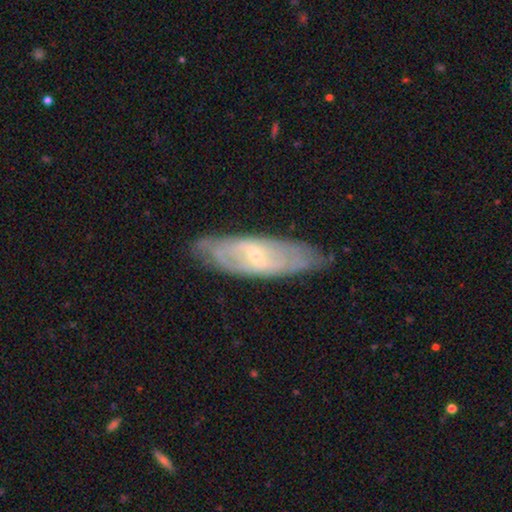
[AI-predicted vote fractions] The model was most divided on "bar": weak: 48%, strong: 30%, no: 23%. More confident: merging — none (76%); edge-on disk — no (74%); bulge size — small (70%); smooth or featured — featured or disk (70%); spiral arms — yes (66%).